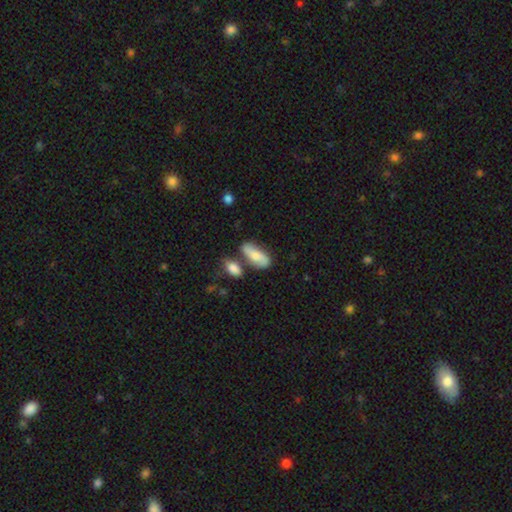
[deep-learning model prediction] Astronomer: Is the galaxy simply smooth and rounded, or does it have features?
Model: smooth — 59% (runner-up: featured or disk, 34%).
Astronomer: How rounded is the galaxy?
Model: in between — 80%.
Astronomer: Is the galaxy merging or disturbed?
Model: none — 55%.